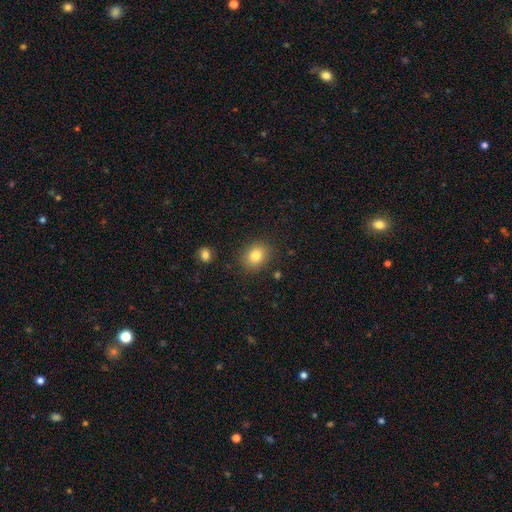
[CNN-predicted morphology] This appears to be a smooth galaxy with no disk features (82%) that is round (57%). Merging: none (85%).